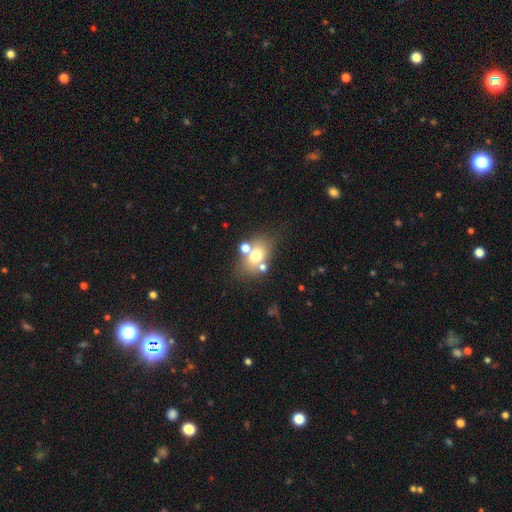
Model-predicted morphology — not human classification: type=smooth (65%); roundness=in between (66%); merging=none (60%).